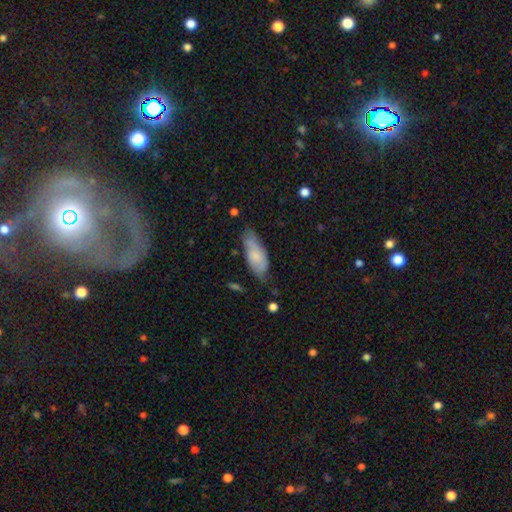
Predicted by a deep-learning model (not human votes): A smooth galaxy with no disk features (69%) that is in between round and cigar-shaped (76%). Merging: none (59%).